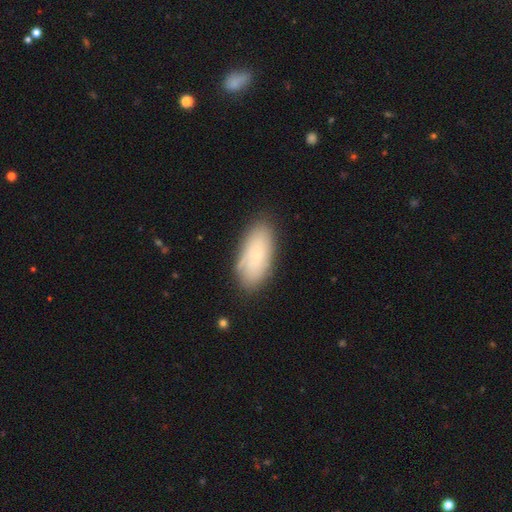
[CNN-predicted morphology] A smooth galaxy with no disk features (70%) that is in between round and cigar-shaped (89%). Merging: none (77%).